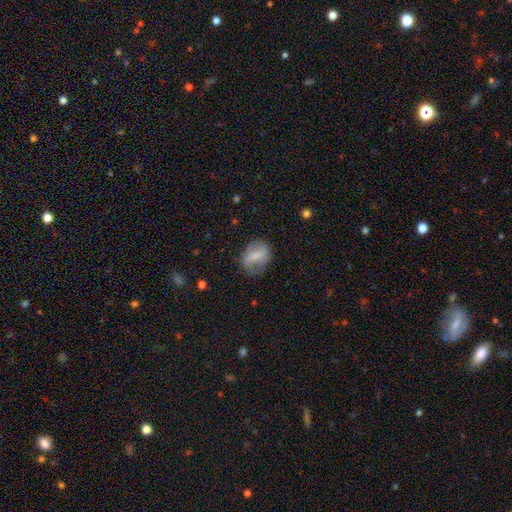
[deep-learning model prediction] Smooth or featured? Predicted: smooth (p=0.56). How rounded? Predicted: in between (p=0.64). Merging? Predicted: none (p=0.67).